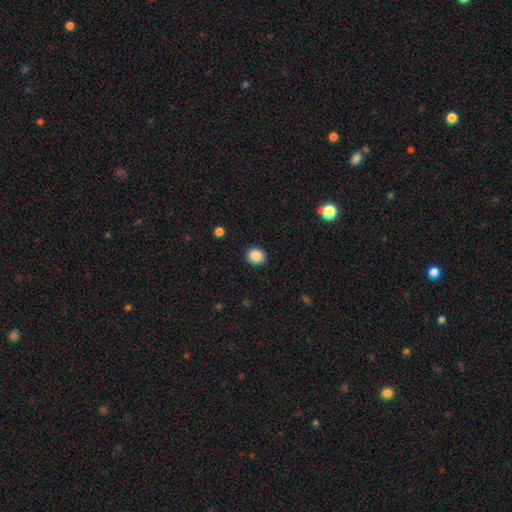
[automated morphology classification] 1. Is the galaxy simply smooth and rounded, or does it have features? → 88% smooth, 9% star or artifact, 3% featured or disk.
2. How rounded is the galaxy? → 68% round, 31% in between, 1% cigar-shaped.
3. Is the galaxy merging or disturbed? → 89% none, 7% minor disturbance, 2% major disturbance, 1% merger.